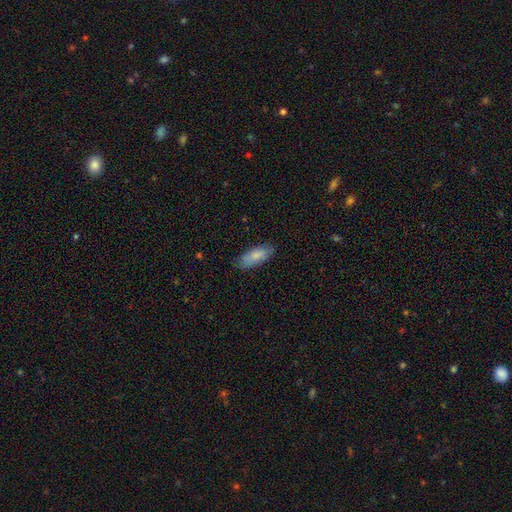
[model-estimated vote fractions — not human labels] smooth 82%, featured or disk 12%, star or artifact 6%. Down the decision tree: how rounded — in between (75%); merging — none (78%).